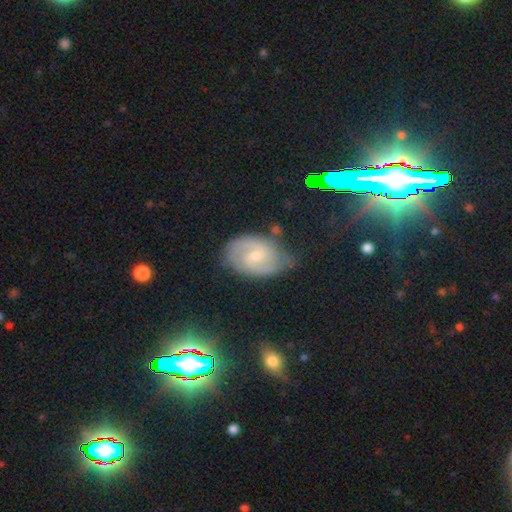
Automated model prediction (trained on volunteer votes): A featured or disk galaxy (78%) with a weak bar (54%), 2 (81%) medium (47%) spiral arms (95%) and a small central bulge (52%). Merging: none (69%).